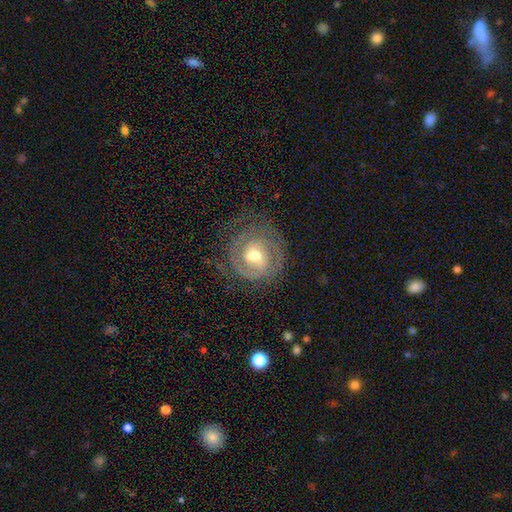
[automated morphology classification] This is clearly a featured or disk galaxy (80%). It is clearly not viewed edge-on (97%). Bar: possibly weak (51%). Spiral arm pattern: clearly yes (89%). Spiral arm count: possibly 2 (49%). Spiral winding: likely tight (62%). Central bulge: likely moderate (68%). Merging: likely none (69%).